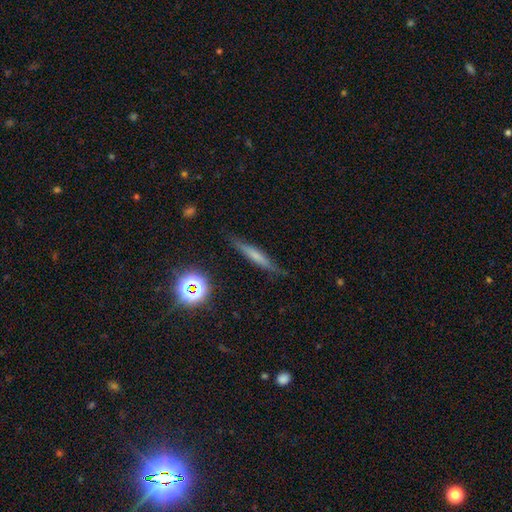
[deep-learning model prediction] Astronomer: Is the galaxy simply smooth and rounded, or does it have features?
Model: smooth — 49% (runner-up: featured or disk, 39%).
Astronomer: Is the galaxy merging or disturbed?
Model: none — 83%.